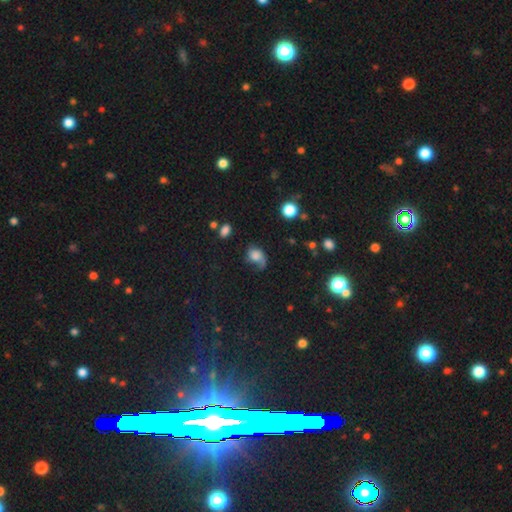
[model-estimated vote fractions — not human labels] Overall: smooth (45%; featured or disk 42%). Merging: none (36%; major disturbance 33%).